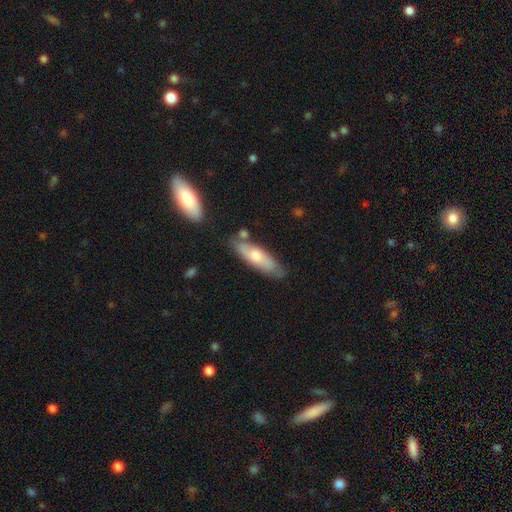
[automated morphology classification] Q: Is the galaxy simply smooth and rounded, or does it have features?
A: smooth — 59%.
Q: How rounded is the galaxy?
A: cigar-shaped — 52%.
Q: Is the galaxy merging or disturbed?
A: none — 70%.